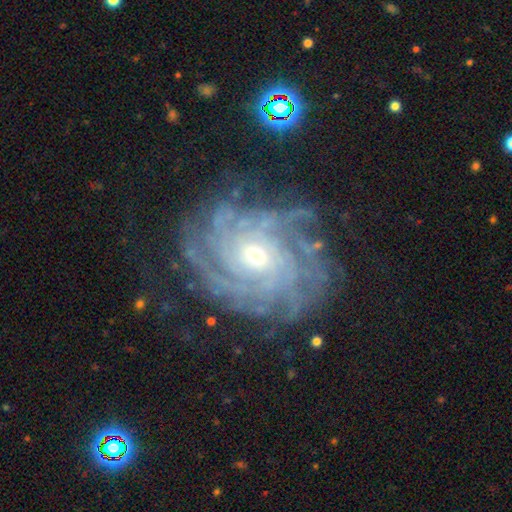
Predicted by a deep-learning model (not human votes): Morphology: type=featured or disk (89%); edge-on=no (97%); bar=no (68%); spiral arms=yes (98%); winding=tight (77%); arm count=more than 4 (30%); bulge=small (64%); merging=none (75%).